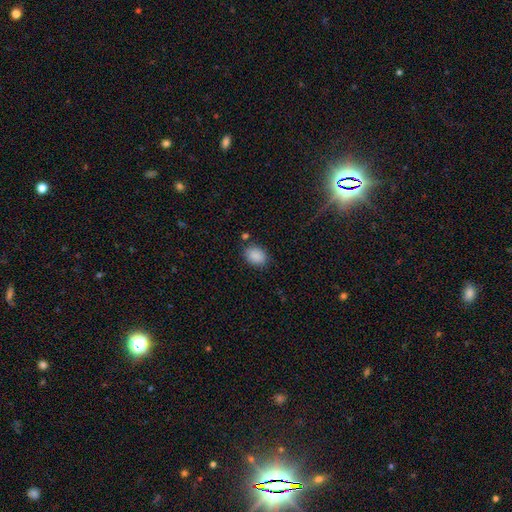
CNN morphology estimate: smooth 88%, star or artifact 8%, featured or disk 4%. Down the decision tree: how rounded — in between (66%); merging — none (80%).